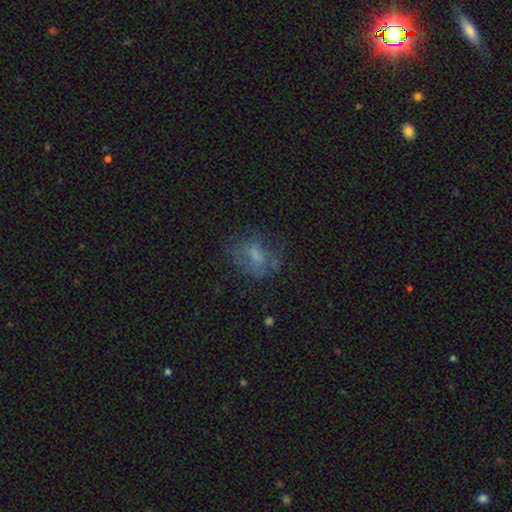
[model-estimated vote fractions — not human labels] Smooth or featured?
  - smooth: 40% *
  - featured or disk: 35%
  - star or artifact: 25%
Merging?
  - none: 64% *
  - minor disturbance: 19%
  - major disturbance: 15%
  - merger: 2%